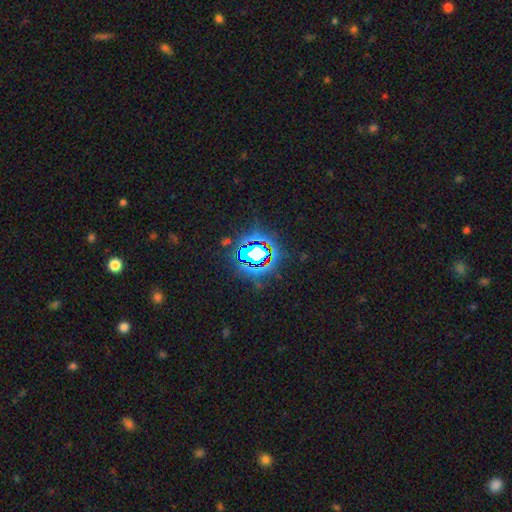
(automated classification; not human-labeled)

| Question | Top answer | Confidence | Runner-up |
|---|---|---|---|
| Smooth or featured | star or artifact | 77% | featured or disk (11%) |